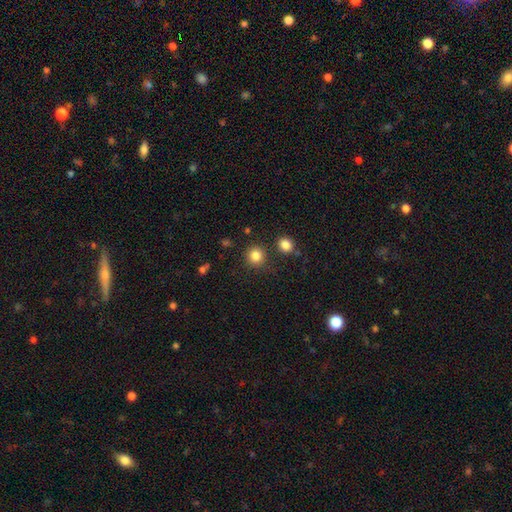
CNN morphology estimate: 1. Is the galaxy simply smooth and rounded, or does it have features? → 84% smooth, 12% star or artifact, 5% featured or disk.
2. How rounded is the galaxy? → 91% round, 8% in between, 1% cigar-shaped.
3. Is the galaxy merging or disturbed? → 83% none, 8% minor disturbance, 6% merger, 3% major disturbance.